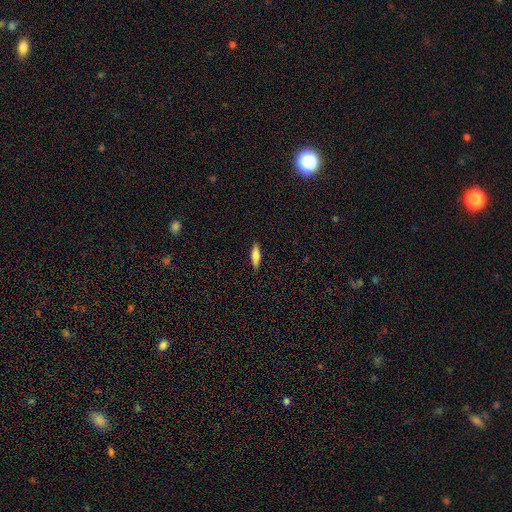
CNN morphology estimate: The model was most divided on "how rounded": cigar-shaped: 61%, in between: 37%, round: 2%. More confident: merging — none (89%); smooth or featured — smooth (74%).